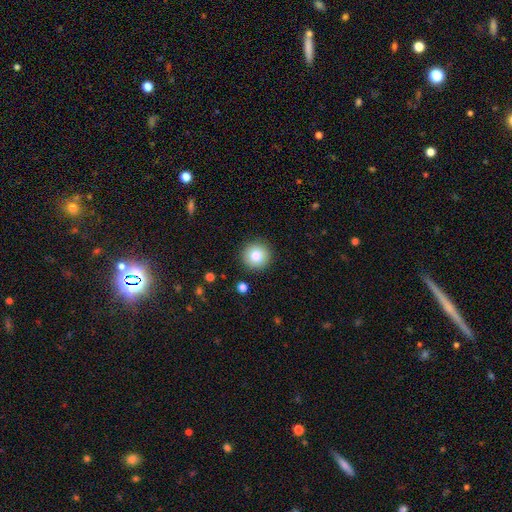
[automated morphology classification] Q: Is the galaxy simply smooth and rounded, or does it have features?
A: smooth — 81%.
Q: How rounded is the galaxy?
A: round — 95%.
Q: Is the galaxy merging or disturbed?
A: none — 91%.